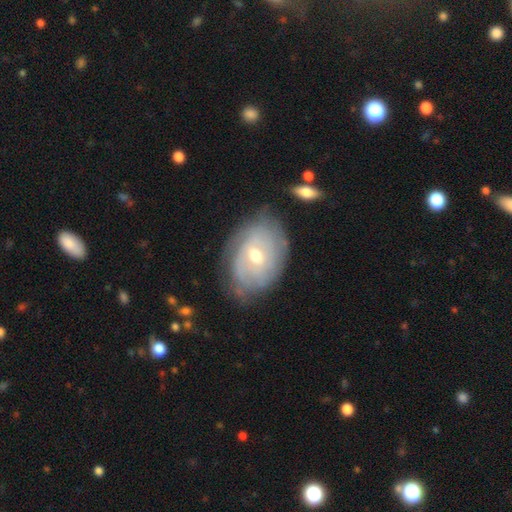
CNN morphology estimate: A featured or disk galaxy (68%) with no bar (51%), spiral arms (77%) and a moderate central bulge (62%). Merging: none (68%).